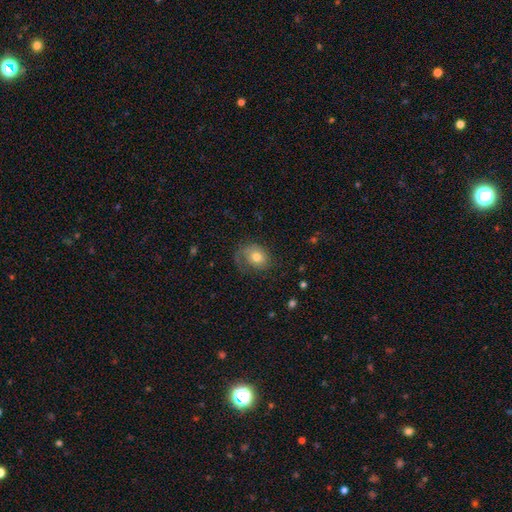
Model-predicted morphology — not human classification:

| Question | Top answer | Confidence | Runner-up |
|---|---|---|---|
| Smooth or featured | smooth | 58% | featured or disk (32%) |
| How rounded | round | 53% | in between (46%) |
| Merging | none | 58% | minor disturbance (22%) |